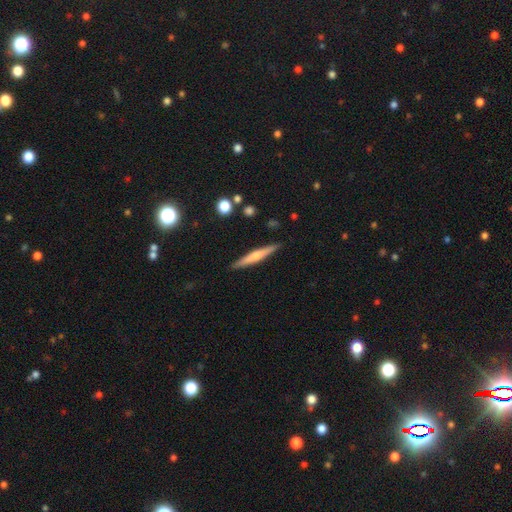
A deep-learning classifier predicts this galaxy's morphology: featured or disk 48%, smooth 46%, star or artifact 6%. Down the decision tree: merging — none (90%).